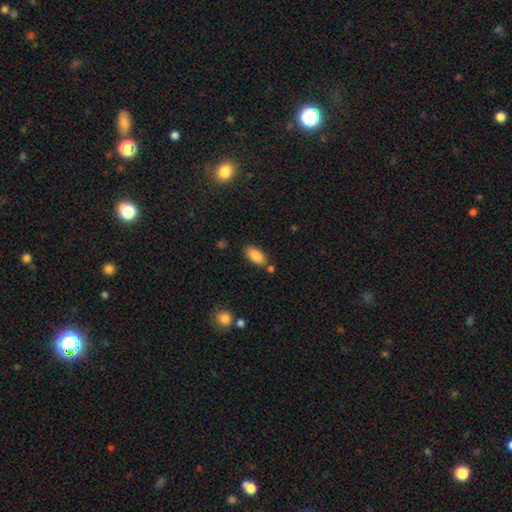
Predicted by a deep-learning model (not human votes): Overall: smooth (86%). How rounded: in between (90%). Merging: none (75%).